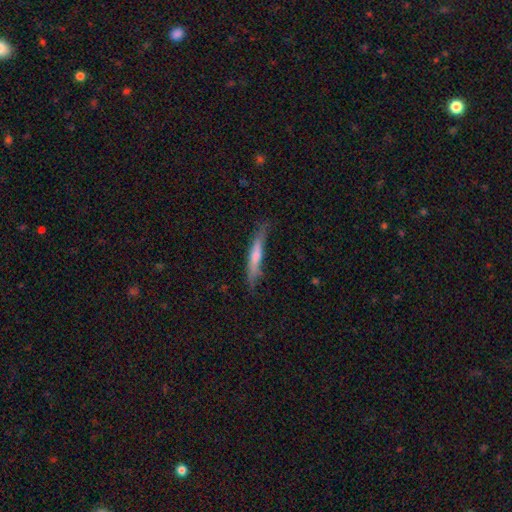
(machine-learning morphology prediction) This appears to be a featured or disk galaxy (53%) viewed edge-on (93%). Merging: none (81%).